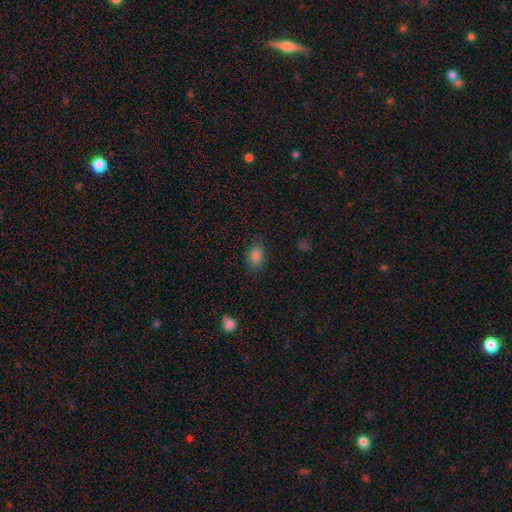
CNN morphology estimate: Smooth or featured? smooth (83%)
How rounded? in between (75%)
Merging? none (84%)